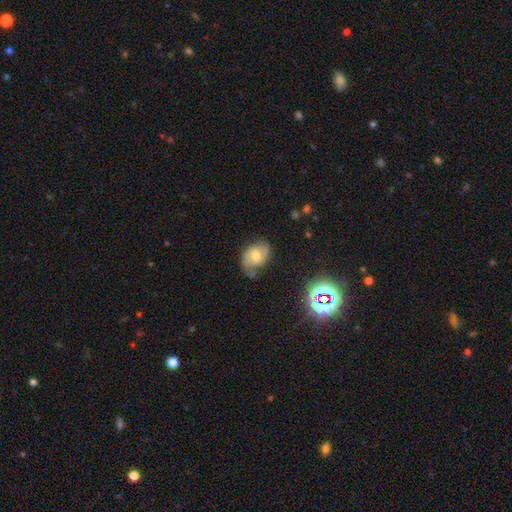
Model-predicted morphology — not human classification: A smooth galaxy with no disk features (45%). Merging: none (58%).